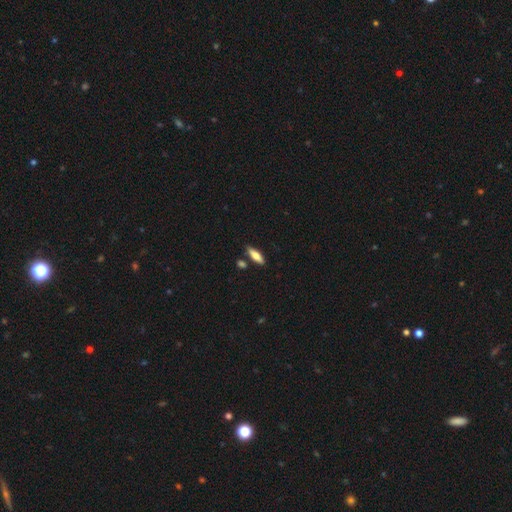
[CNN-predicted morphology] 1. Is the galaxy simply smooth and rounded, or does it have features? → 68% smooth, 26% featured or disk, 6% star or artifact.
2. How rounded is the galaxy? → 54% in between, 44% cigar-shaped, 2% round.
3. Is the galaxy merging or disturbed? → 82% none, 10% minor disturbance, 6% merger, 2% major disturbance.